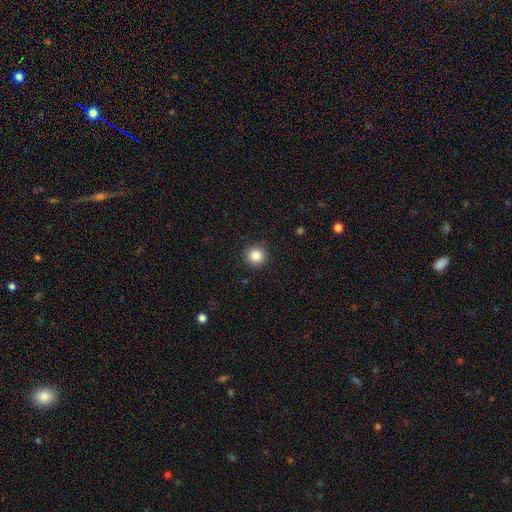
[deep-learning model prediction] Smooth or featured?
  - smooth: 86% *
  - star or artifact: 10%
  - featured or disk: 4%
How rounded?
  - round: 95% *
  - in between: 4%
  - cigar-shaped: 1%
Merging?
  - none: 91% *
  - minor disturbance: 6%
  - major disturbance: 2%
  - merger: 1%